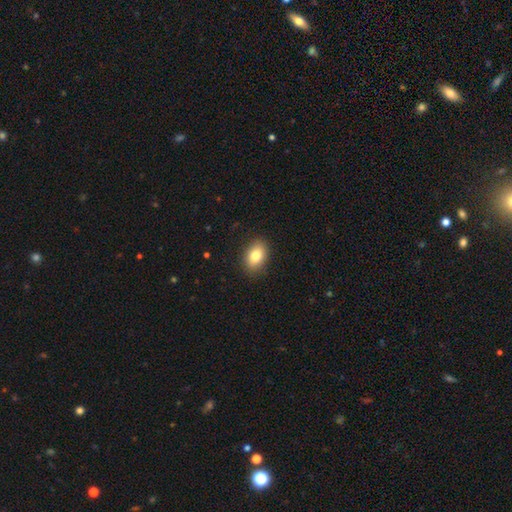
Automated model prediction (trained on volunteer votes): Smooth or featured?
  - smooth: 82% *
  - featured or disk: 10%
  - star or artifact: 8%
How rounded?
  - in between: 83% *
  - round: 16%
  - cigar-shaped: 1%
Merging?
  - none: 88% *
  - minor disturbance: 9%
  - major disturbance: 2%
  - merger: 1%